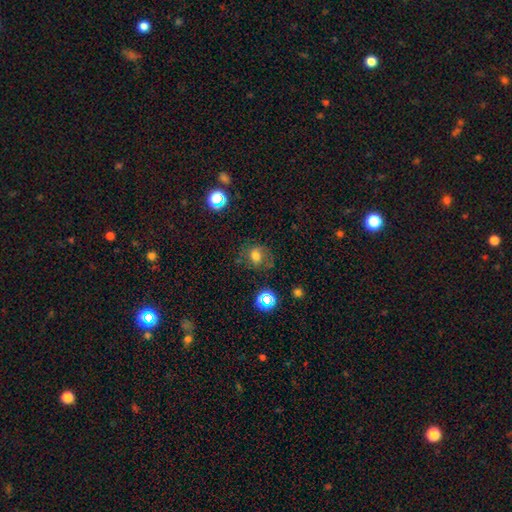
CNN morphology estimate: smooth 64%, star or artifact 19%, featured or disk 17%. Down the decision tree: how rounded — round (66%); merging — none (64%).